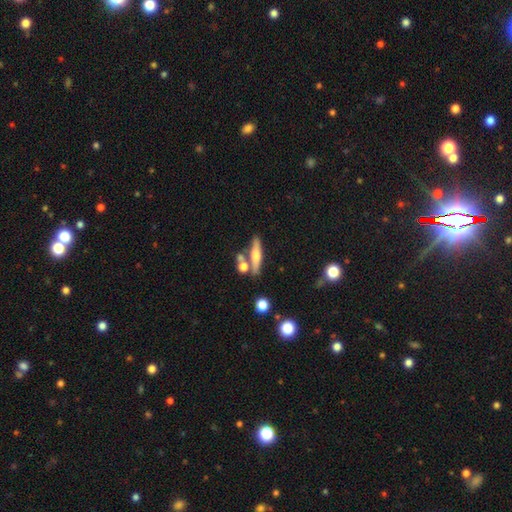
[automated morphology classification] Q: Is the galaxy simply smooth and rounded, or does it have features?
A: smooth — 47%.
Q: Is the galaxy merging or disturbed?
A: none — 66%.